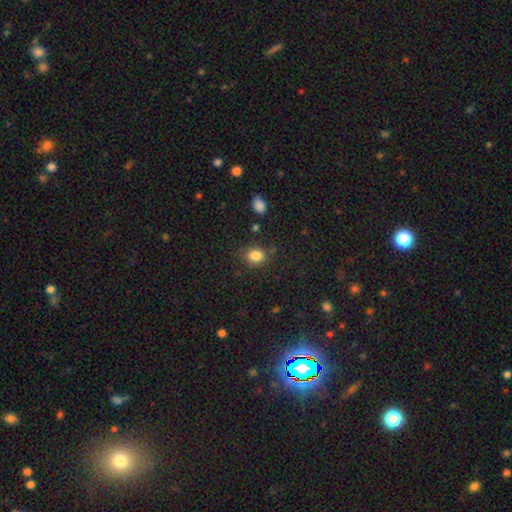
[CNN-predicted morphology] smooth 84%, star or artifact 11%, featured or disk 5%. Down the decision tree: how rounded — round (61%); merging — none (77%).